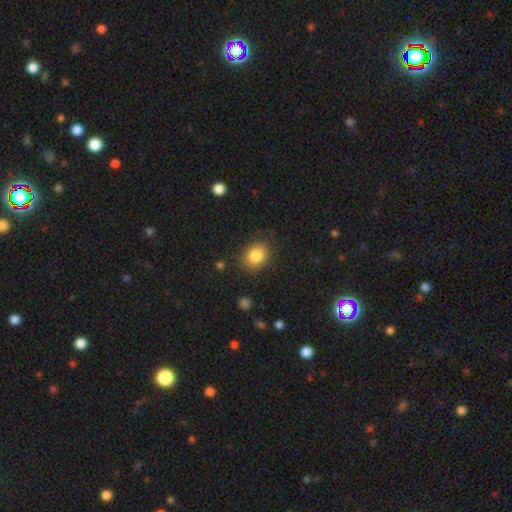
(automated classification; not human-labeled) smooth_or_featured: smooth (p=0.85) [alt: star or artifact p=0.09]
how_rounded: in between (p=0.52) [alt: round p=0.47]
merging: none (p=0.82) [alt: minor disturbance p=0.13]